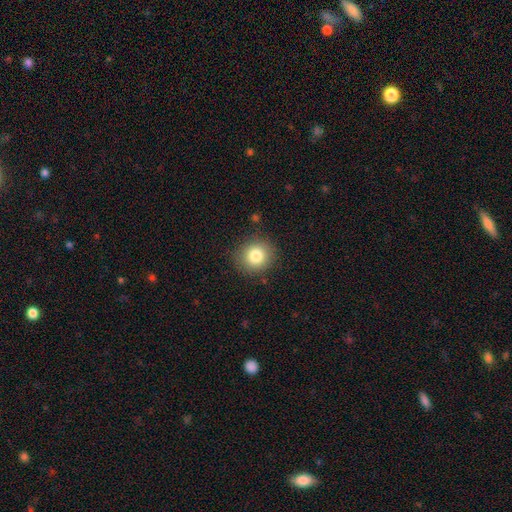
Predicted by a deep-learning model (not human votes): smooth-or-featured: smooth: 81% | star or artifact: 10% | featured or disk: 8%
  how-rounded: round: 88% | in between: 11% | cigar-shaped: 1%
  merging: none: 87% | minor disturbance: 9% | major disturbance: 3% | merger: 1%